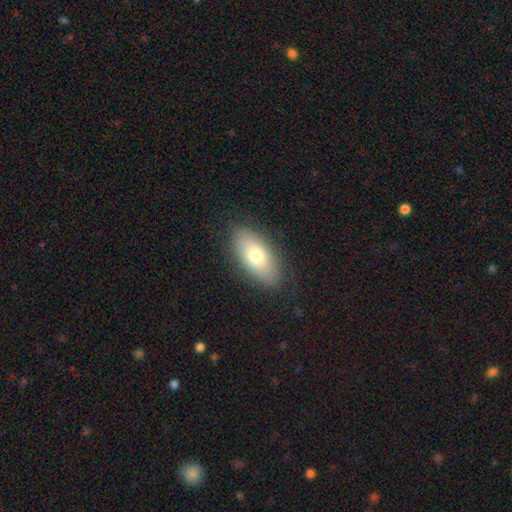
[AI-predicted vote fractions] Smooth or featured? Predicted: smooth (p=0.73). How rounded? Predicted: in between (p=0.90). Merging? Predicted: none (p=0.85).